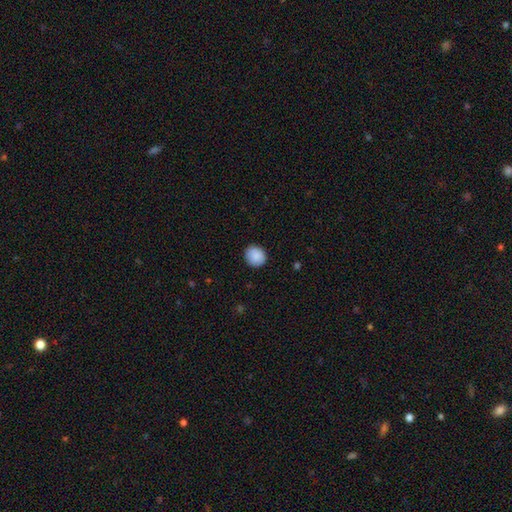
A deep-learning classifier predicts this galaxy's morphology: The model was most divided on "how rounded": round: 84%, in between: 15%, cigar-shaped: 1%. More confident: merging — none (89%); smooth or featured — smooth (89%).